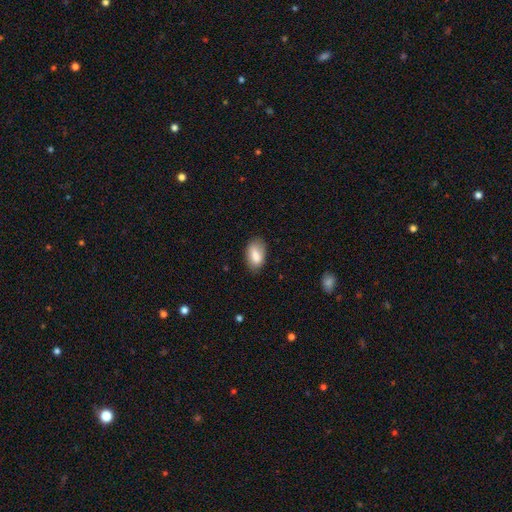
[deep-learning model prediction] smooth_or_featured: smooth (p=0.81) [alt: featured or disk p=0.11]
how_rounded: in between (p=0.91) [alt: round p=0.05]
merging: none (p=0.75) [alt: minor disturbance p=0.19]